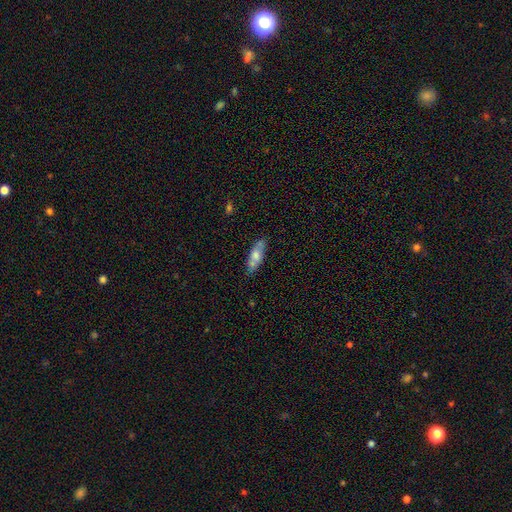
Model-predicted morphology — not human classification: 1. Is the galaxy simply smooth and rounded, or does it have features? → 63% smooth, 30% featured or disk, 7% star or artifact.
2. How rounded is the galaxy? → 54% in between, 43% cigar-shaped, 3% round.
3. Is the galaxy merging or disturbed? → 66% none, 19% minor disturbance, 11% merger, 5% major disturbance.